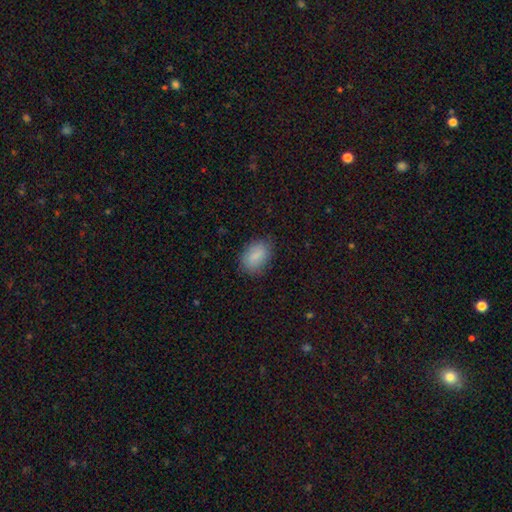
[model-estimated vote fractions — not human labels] Smooth or featured: smooth — 83% (featured or disk — 9%)
How rounded: in between — 84% (round — 14%)
Merging: none — 81% (minor disturbance — 14%)